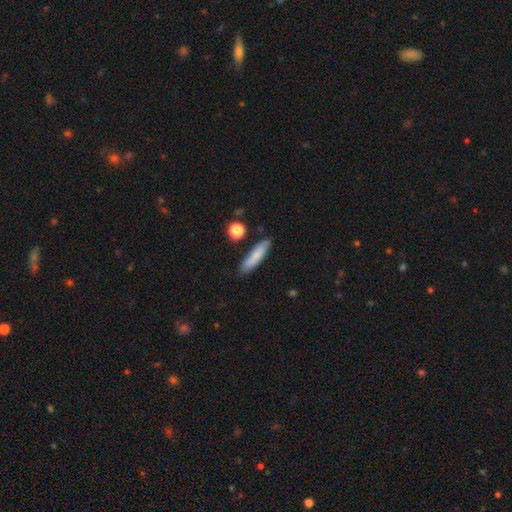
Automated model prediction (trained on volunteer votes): Smooth or featured: smooth — 78% (featured or disk — 15%)
How rounded: cigar-shaped — 77% (in between — 21%)
Merging: none — 81% (minor disturbance — 13%)